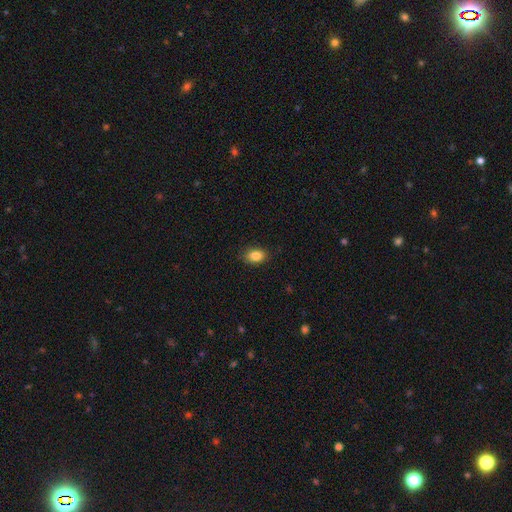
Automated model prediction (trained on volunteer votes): Q: Smooth or featured?
A: smooth (86%); runner-up: star or artifact (9%)
Q: How rounded?
A: in between (83%); runner-up: round (15%)
Q: Merging?
A: none (86%); runner-up: minor disturbance (11%)